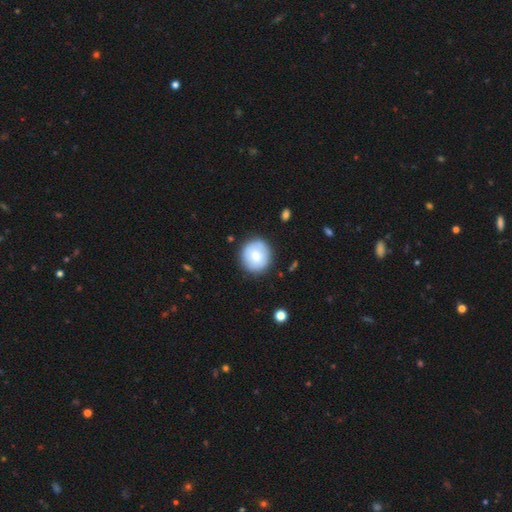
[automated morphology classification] smooth-or-featured: smooth: 73% | featured or disk: 20% | star or artifact: 7%
  how-rounded: round: 89% | in between: 10% | cigar-shaped: 1%
  merging: none: 85% | minor disturbance: 11% | major disturbance: 3% | merger: 2%